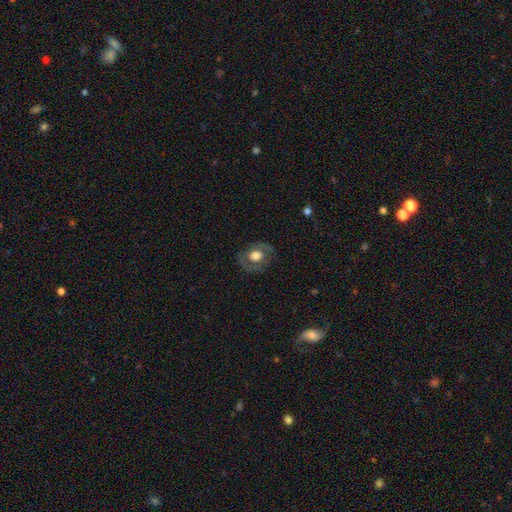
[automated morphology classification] A featured or disk galaxy (50%).

Vote fractions:
- Smooth or featured? featured or disk: 50% / smooth: 43% / star or artifact: 7%
- Merging? none: 78% / minor disturbance: 14% / major disturbance: 7% / merger: 1%